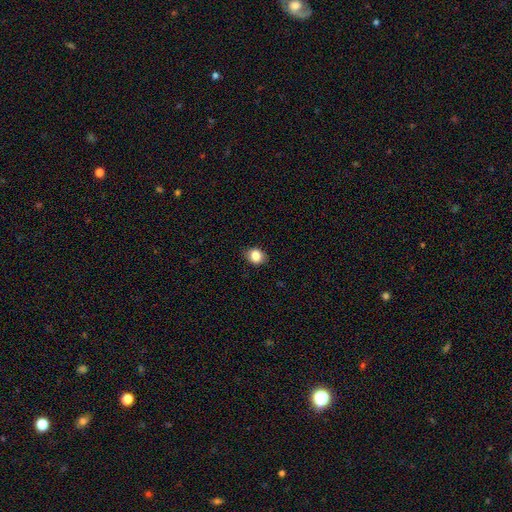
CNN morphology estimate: Smooth or featured?
  - smooth: 85% *
  - star or artifact: 9%
  - featured or disk: 6%
How rounded?
  - round: 56% *
  - in between: 43%
  - cigar-shaped: 1%
Merging?
  - none: 87% *
  - minor disturbance: 10%
  - major disturbance: 2%
  - merger: 1%